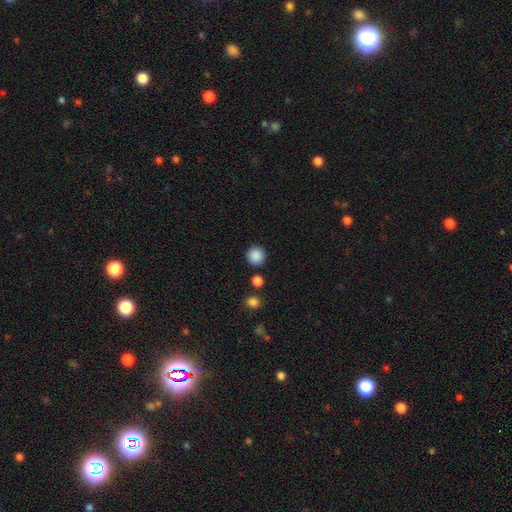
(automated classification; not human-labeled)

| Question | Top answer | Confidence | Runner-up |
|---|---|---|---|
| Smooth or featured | smooth | 87% | star or artifact (10%) |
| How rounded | round | 95% | in between (4%) |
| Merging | none | 89% | minor disturbance (6%) |